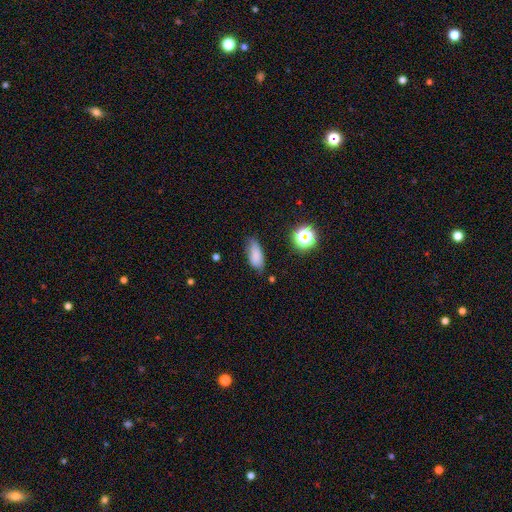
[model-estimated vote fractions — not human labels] Smooth or featured? smooth (81%)
How rounded? in between (82%)
Merging? none (69%)